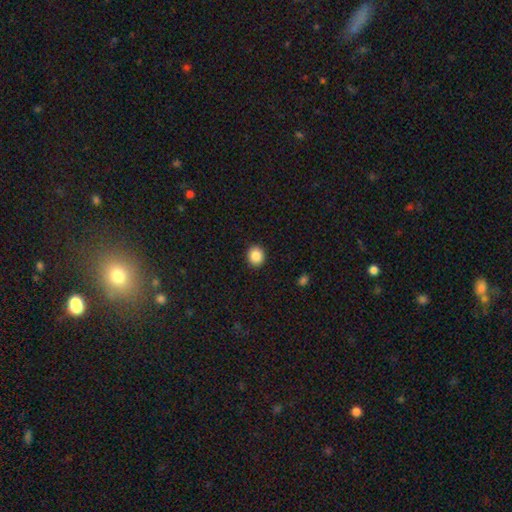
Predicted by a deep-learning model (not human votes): Q: Smooth or featured?
A: smooth (86%); runner-up: star or artifact (9%)
Q: How rounded?
A: round (78%); runner-up: in between (21%)
Q: Merging?
A: none (92%); runner-up: minor disturbance (6%)